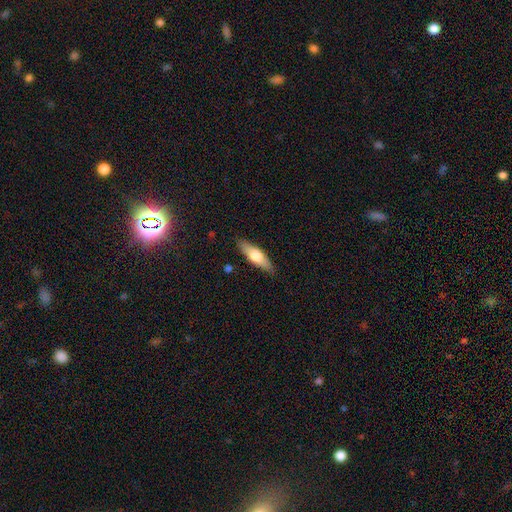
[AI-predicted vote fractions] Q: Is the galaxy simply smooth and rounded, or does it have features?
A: smooth — 56%.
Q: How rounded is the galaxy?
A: cigar-shaped — 54%.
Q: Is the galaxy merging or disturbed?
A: none — 87%.